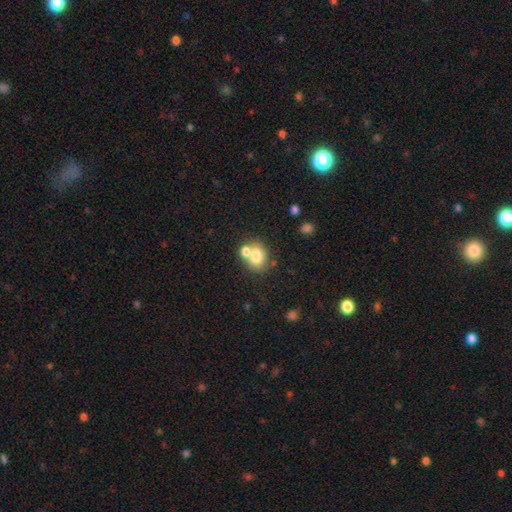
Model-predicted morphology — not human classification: Smooth or featured? smooth (74%)
How rounded? round (62%)
Merging? none (49%)